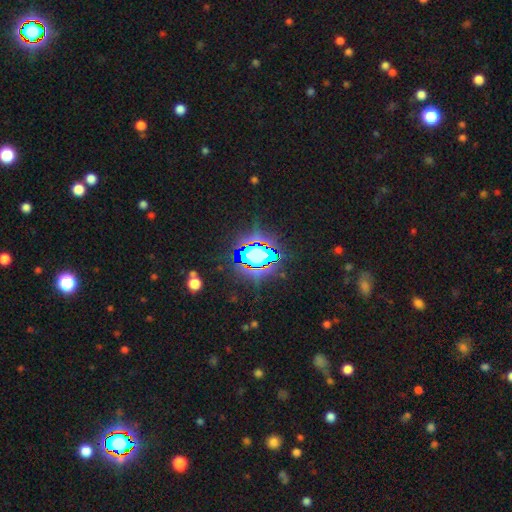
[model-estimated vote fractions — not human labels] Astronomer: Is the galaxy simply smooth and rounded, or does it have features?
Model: star or artifact — 69%.